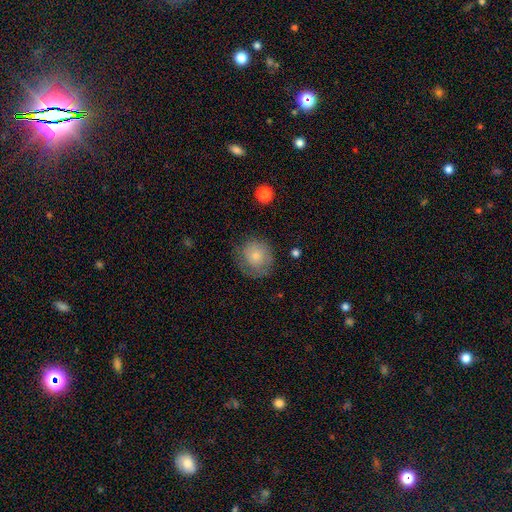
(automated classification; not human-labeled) Smooth or featured? Predicted: smooth (p=0.70). How rounded? Predicted: round (p=0.87). Merging? Predicted: none (p=0.64).